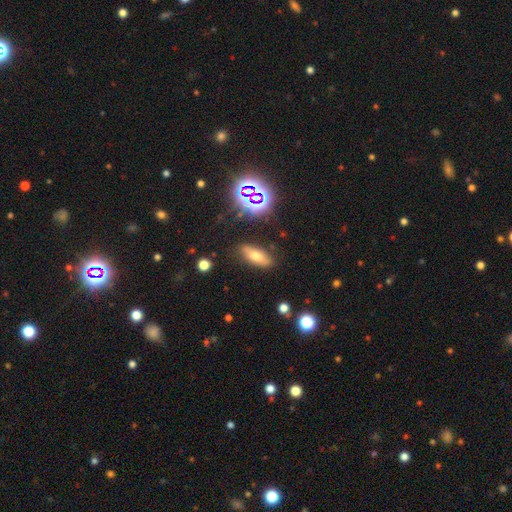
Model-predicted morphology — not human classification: This is likely a smooth galaxy (61%). How rounded: likely in between (72%). Merging: clearly none (83%).